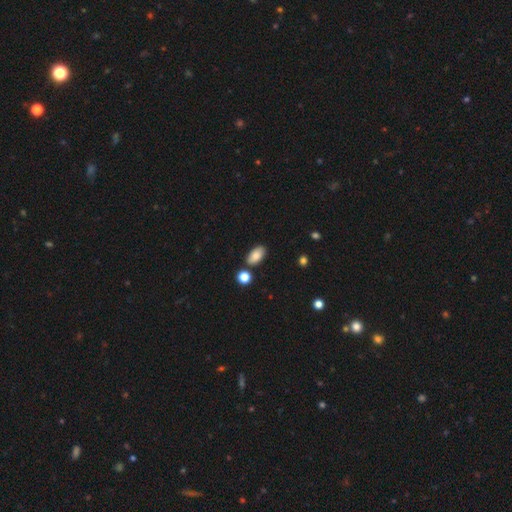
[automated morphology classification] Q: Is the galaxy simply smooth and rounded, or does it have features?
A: smooth — 85%.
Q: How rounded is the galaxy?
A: in between — 93%.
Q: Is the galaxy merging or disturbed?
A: none — 79%.